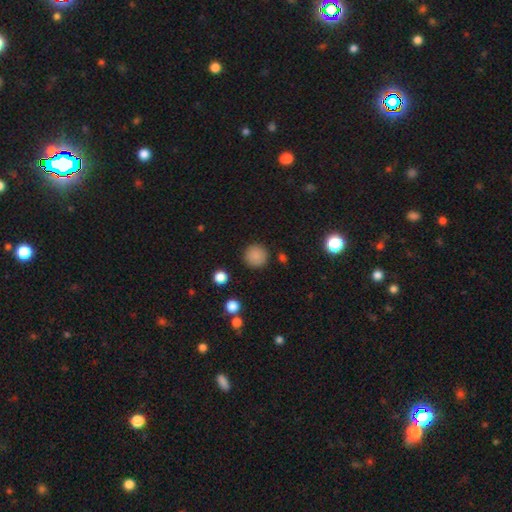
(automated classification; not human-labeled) Smooth or featured?
  - smooth: 84% *
  - star or artifact: 12%
  - featured or disk: 4%
How rounded?
  - round: 94% *
  - in between: 5%
  - cigar-shaped: 1%
Merging?
  - none: 88% *
  - minor disturbance: 7%
  - major disturbance: 3%
  - merger: 2%